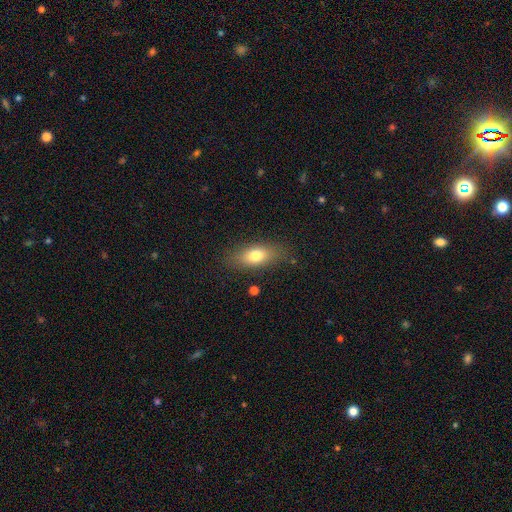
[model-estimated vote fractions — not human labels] Q: Smooth or featured?
A: smooth (75%); runner-up: featured or disk (16%)
Q: How rounded?
A: in between (77%); runner-up: cigar-shaped (16%)
Q: Merging?
A: none (81%); runner-up: minor disturbance (13%)